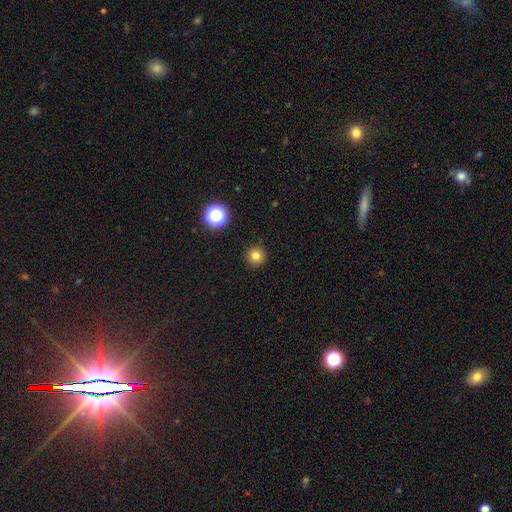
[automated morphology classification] This appears to be a smooth galaxy with no disk features (78%) that is round (95%). Merging: none (92%).